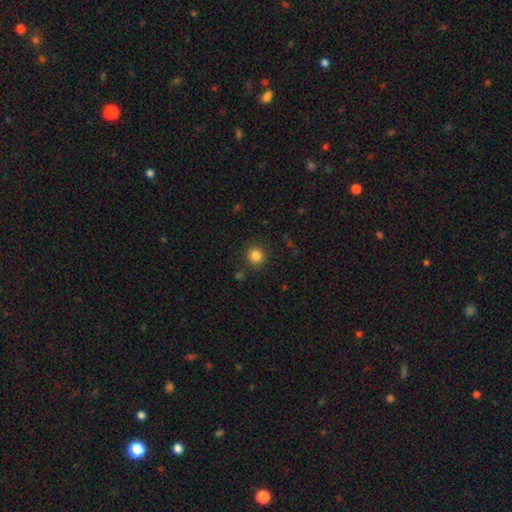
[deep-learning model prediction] A smooth galaxy with no disk features (84%) that is round (94%). Merging: none (89%).